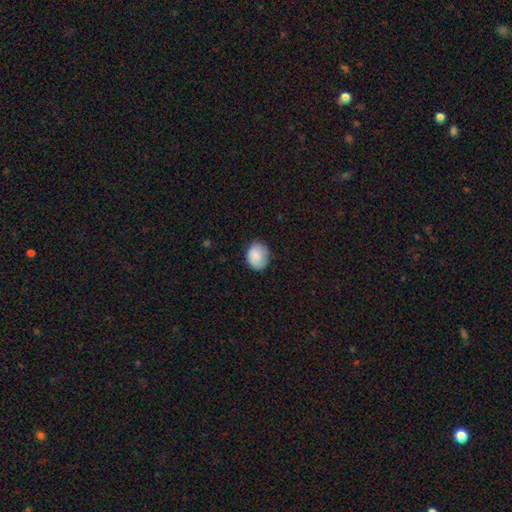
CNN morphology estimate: Smooth or featured: smooth — 85% (featured or disk — 8%)
How rounded: round — 55% (in between — 44%)
Merging: none — 76% (minor disturbance — 19%)